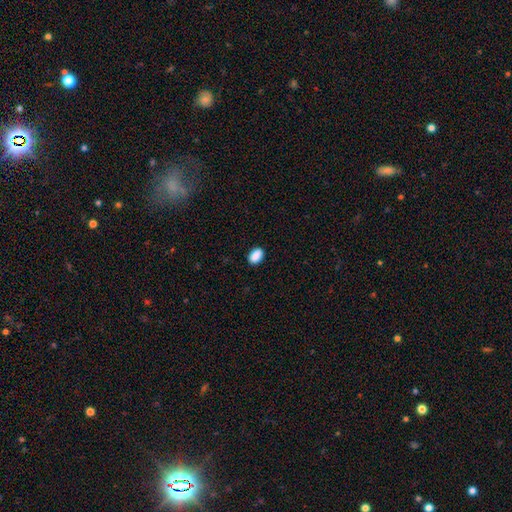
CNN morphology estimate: Smooth or featured? smooth (89%)
How rounded? in between (83%)
Merging? none (86%)